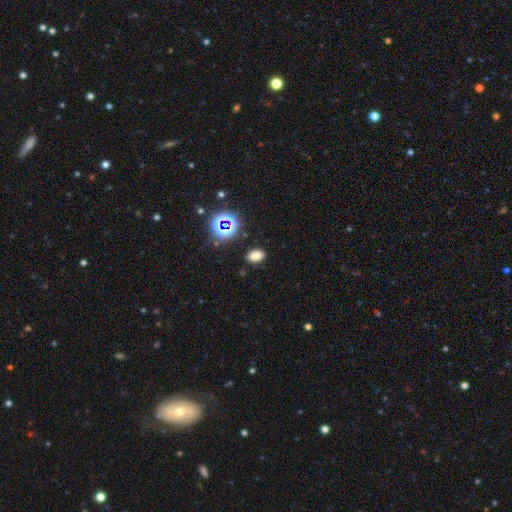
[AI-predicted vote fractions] Smooth or featured? Predicted: smooth (p=0.74). How rounded? Predicted: in between (p=0.82). Merging? Predicted: none (p=0.87).